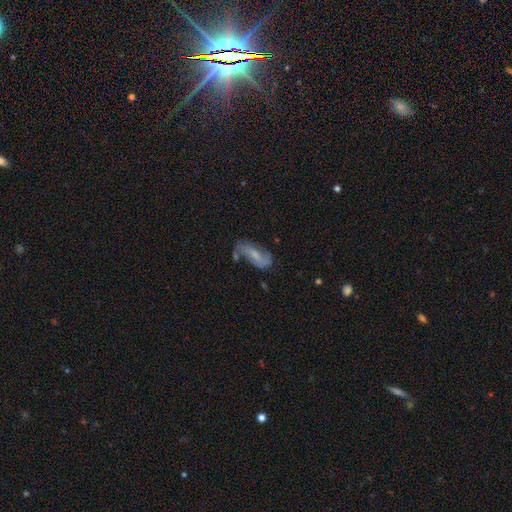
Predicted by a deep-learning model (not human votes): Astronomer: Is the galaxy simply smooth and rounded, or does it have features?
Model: featured or disk — 77%.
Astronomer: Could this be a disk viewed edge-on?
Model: no — 93%.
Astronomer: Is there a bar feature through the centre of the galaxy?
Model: weak — 43% (runner-up: no, 30%).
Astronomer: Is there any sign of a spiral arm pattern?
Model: yes — 93%.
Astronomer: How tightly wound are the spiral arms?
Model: loose — 43% (runner-up: medium, 40%).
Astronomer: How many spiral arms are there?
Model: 2 — 87%.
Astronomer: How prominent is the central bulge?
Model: small — 55% (runner-up: moderate, 31%).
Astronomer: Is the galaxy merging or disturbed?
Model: none — 61%.